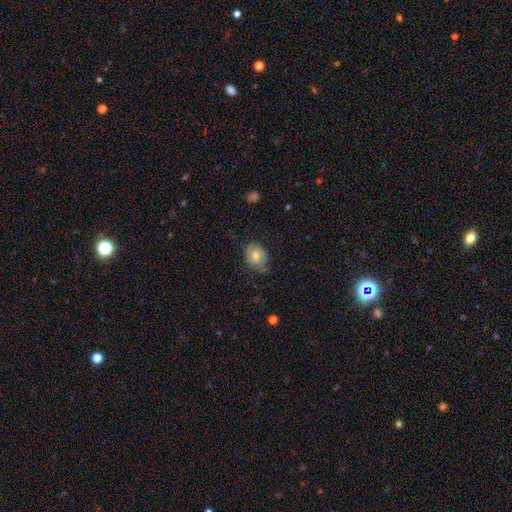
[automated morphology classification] This appears to be a smooth galaxy with no disk features (61%) that is round (54%). Merging: none (67%).